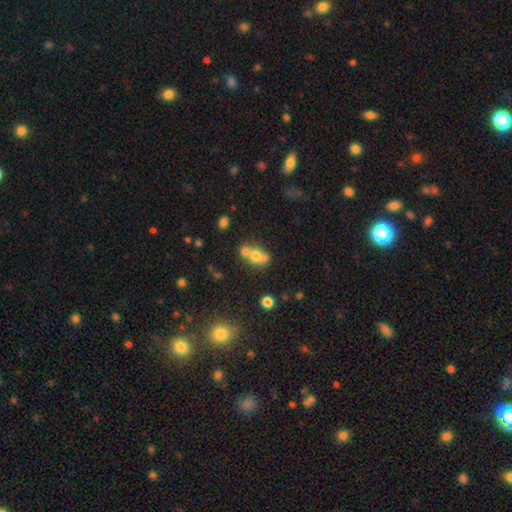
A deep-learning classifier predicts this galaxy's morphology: A smooth galaxy with no disk features (63%) that is round (63%).

Vote fractions:
- Smooth or featured? smooth: 63% / featured or disk: 23% / star or artifact: 14%
- How rounded? round: 63% / in between: 35% / cigar-shaped: 2%
- Merging? merger: 57% / none: 30% / minor disturbance: 8% / major disturbance: 4%